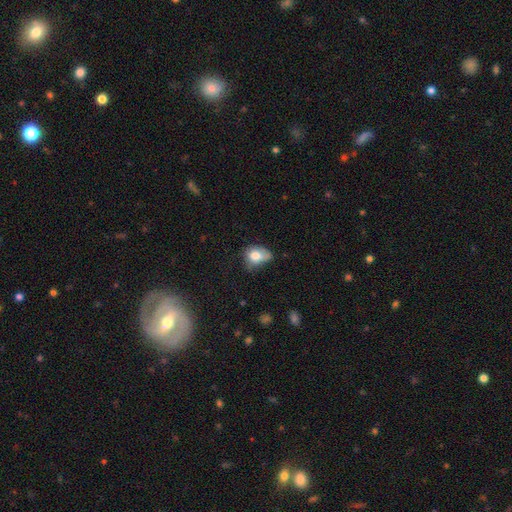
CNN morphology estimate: Smooth or featured?
  - smooth: 72% *
  - featured or disk: 19%
  - star or artifact: 10%
How rounded?
  - in between: 62% *
  - round: 37%
  - cigar-shaped: 1%
Merging?
  - minor disturbance: 40% *
  - none: 31%
  - major disturbance: 23%
  - merger: 5%